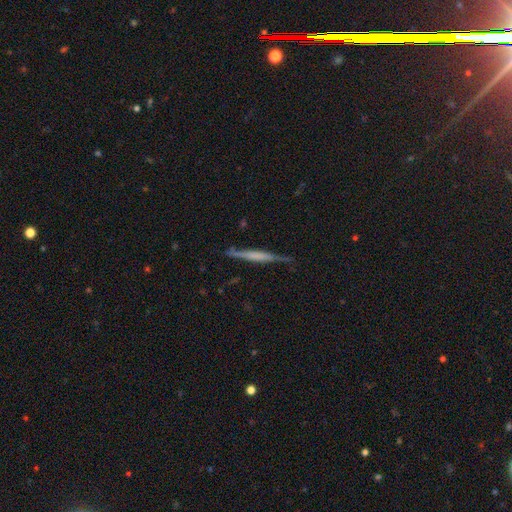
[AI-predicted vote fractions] smooth_or_featured: featured or disk (p=0.62) [alt: smooth p=0.32]
disk_edge_on: yes (p=0.96) [alt: no p=0.04]
edge_on_bulge: none (p=0.49) [alt: boxy p=0.30]
merging: none (p=0.80) [alt: minor disturbance p=0.15]